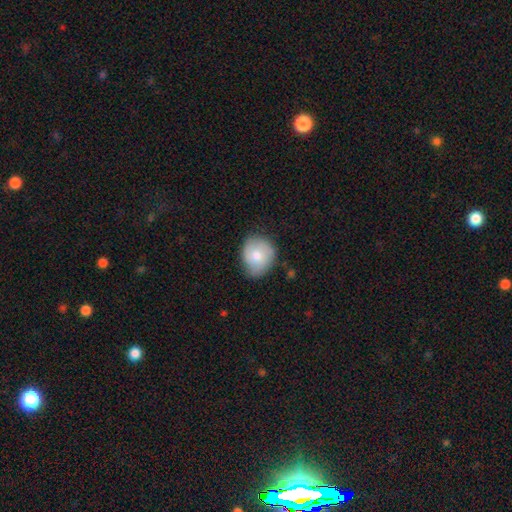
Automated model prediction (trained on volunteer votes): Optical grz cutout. It shows a smooth galaxy with no disk features (74%) that is round (71%). Merging: none (67%).